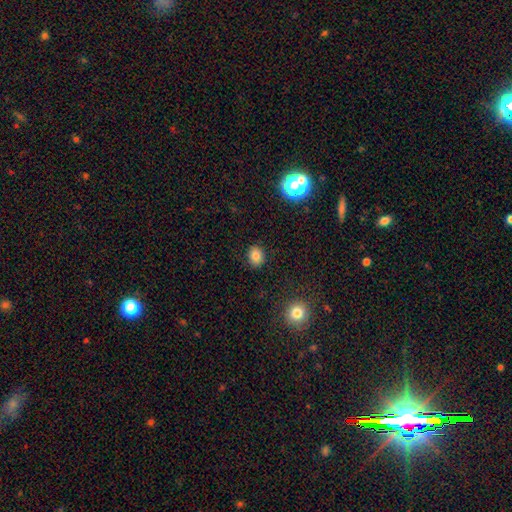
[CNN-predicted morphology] This appears to be a smooth galaxy with no disk features (82%) that is round (58%). Merging: none (89%).